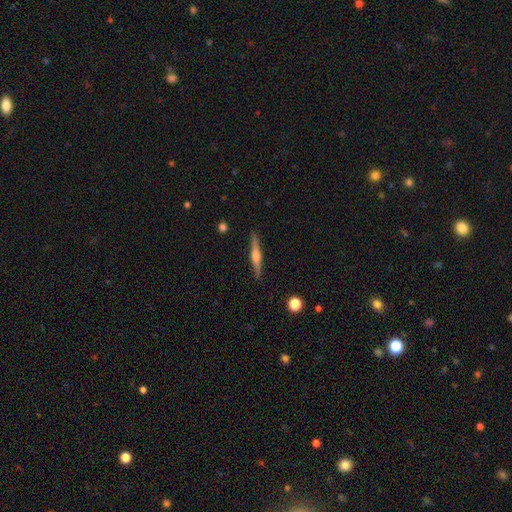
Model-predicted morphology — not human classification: A featured or disk galaxy (69%) viewed edge-on (98%) with a rounded central bulge (79%). Merging: none (90%).